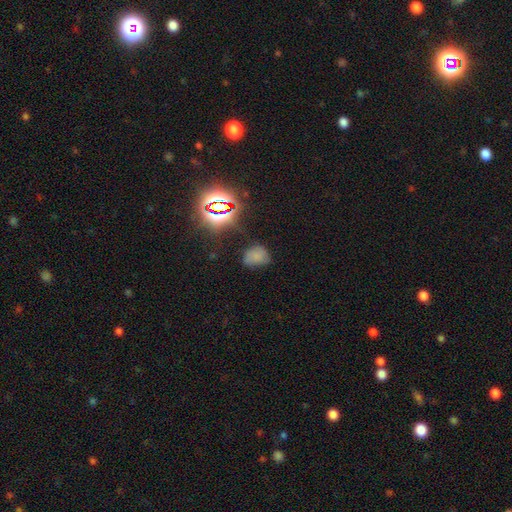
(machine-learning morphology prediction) smooth 60%, star or artifact 28%, featured or disk 12%. Down the decision tree: how rounded — in between (57%); merging — none (53%).